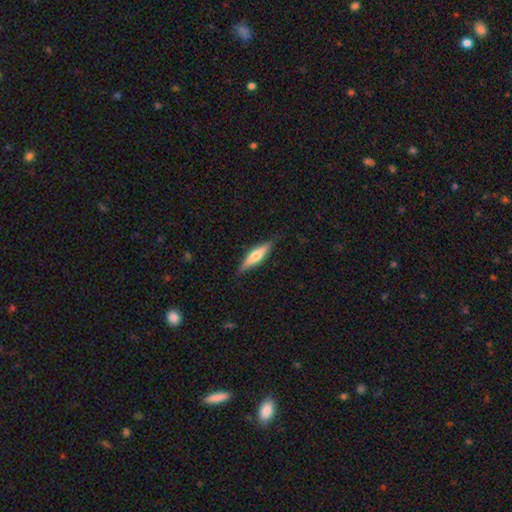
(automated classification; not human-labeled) This is possibly a featured or disk galaxy (53%). It is clearly viewed edge-on (95%). Edge-on bulge: clearly rounded (87%). Merging: clearly none (86%).